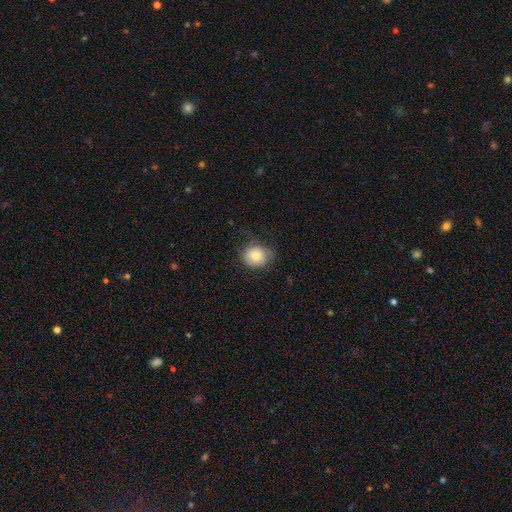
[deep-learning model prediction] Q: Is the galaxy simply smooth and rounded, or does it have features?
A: smooth — 77%.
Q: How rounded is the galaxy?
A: round — 69%.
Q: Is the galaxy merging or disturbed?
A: none — 59%.